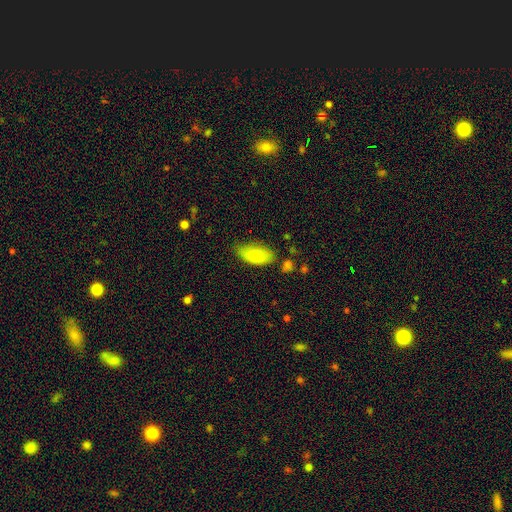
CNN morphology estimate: smooth_or_featured: smooth (p=0.84) [alt: featured or disk p=0.09]
how_rounded: in between (p=0.91) [alt: cigar-shaped p=0.07]
merging: none (p=0.62) [alt: minor disturbance p=0.29]